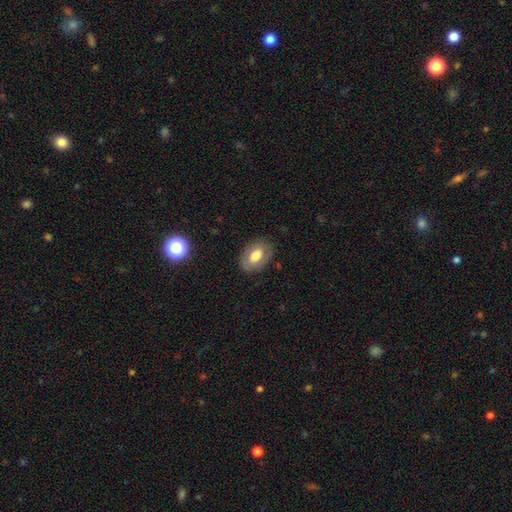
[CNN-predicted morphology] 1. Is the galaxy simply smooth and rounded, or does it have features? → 64% smooth, 28% featured or disk, 7% star or artifact.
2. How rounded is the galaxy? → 86% in between, 12% round, 1% cigar-shaped.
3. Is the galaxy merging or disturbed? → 83% none, 12% minor disturbance, 4% major disturbance, 1% merger.